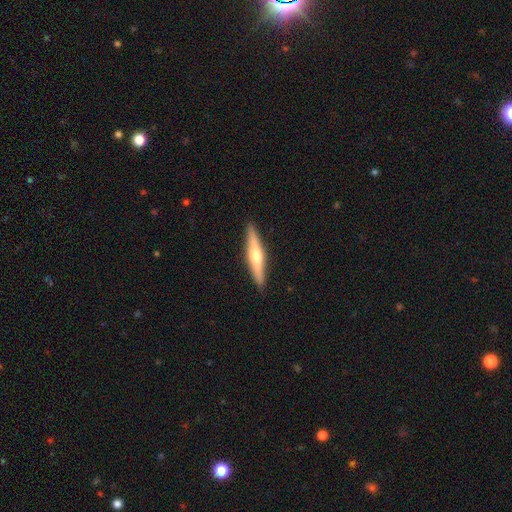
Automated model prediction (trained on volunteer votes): Smooth or featured? Predicted: featured or disk (p=0.59). Edge-on disk? Predicted: yes (p=0.96). Edge-on bulge? Predicted: rounded (p=0.91). Merging? Predicted: none (p=0.91).